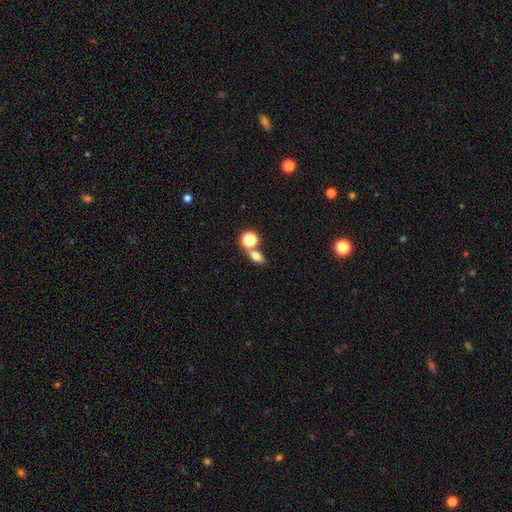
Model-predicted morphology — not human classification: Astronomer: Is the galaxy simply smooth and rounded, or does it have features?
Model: smooth — 72%.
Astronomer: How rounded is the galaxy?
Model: in between — 68%.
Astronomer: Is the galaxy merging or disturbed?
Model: none — 53% (runner-up: merger, 32%).